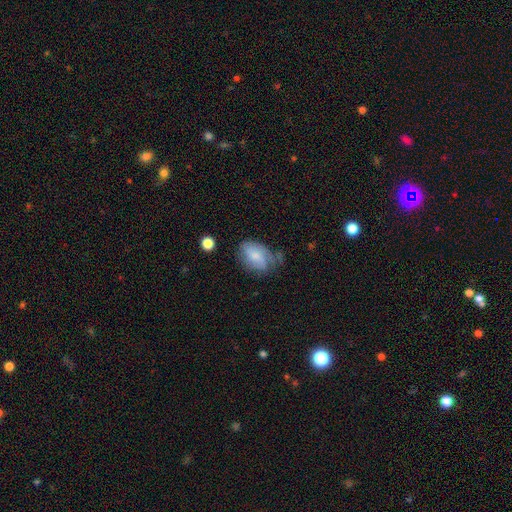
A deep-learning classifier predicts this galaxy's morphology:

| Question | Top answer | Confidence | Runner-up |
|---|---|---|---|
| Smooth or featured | smooth | 64% | featured or disk (28%) |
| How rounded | in between | 86% | round (12%) |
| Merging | none | 45% | minor disturbance (34%) |